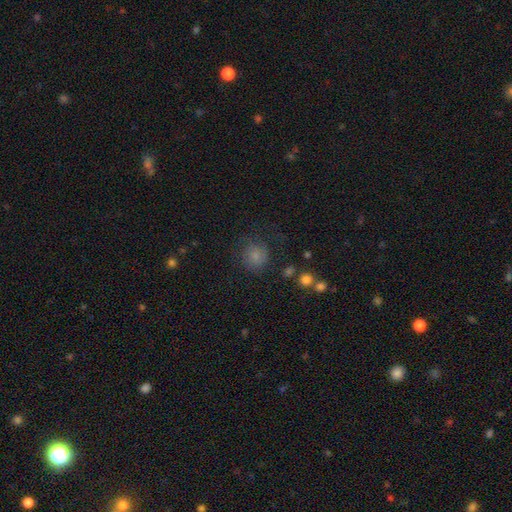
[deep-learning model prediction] Smooth or featured: smooth — 75% (star or artifact — 12%)
How rounded: round — 90% (in between — 9%)
Merging: none — 74% (minor disturbance — 16%)